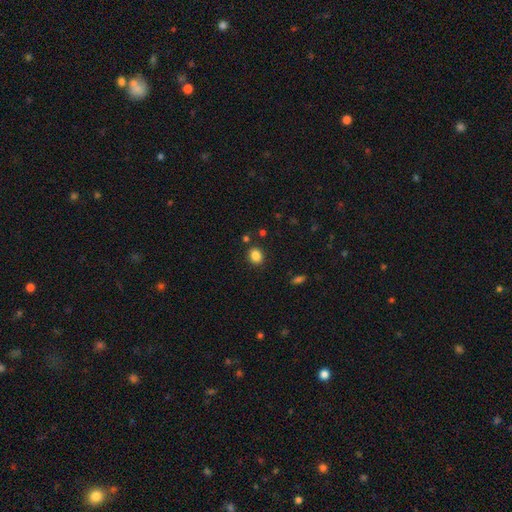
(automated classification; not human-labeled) Q: Smooth or featured?
A: smooth (85%); runner-up: star or artifact (11%)
Q: How rounded?
A: round (58%); runner-up: in between (41%)
Q: Merging?
A: none (86%); runner-up: minor disturbance (8%)